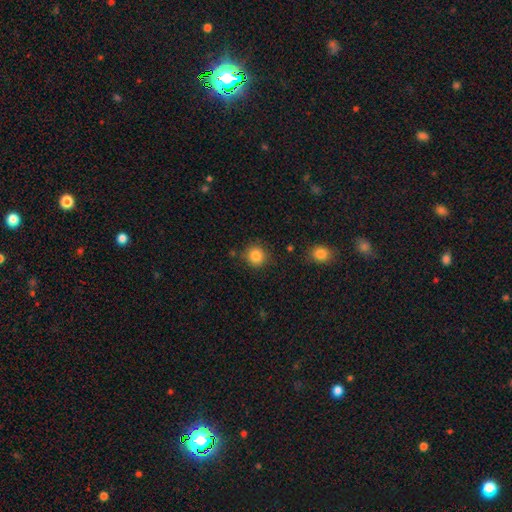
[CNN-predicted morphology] The model was most divided on "smooth or featured": smooth: 86%, star or artifact: 10%, featured or disk: 4%. More confident: how rounded — round (92%); merging — none (85%).